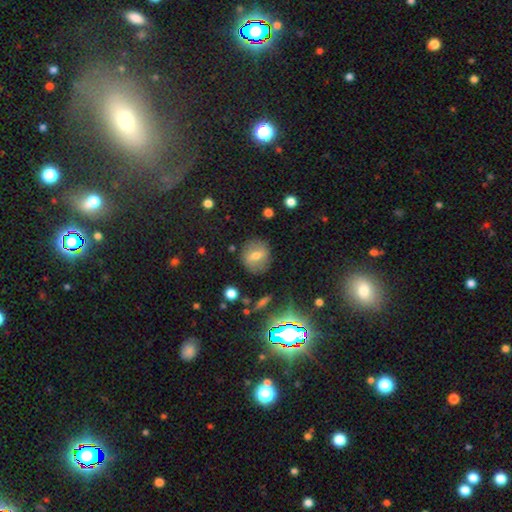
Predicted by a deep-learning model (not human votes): This appears to be a smooth galaxy with no disk features (54%) that is round (76%). Merging: none (80%).